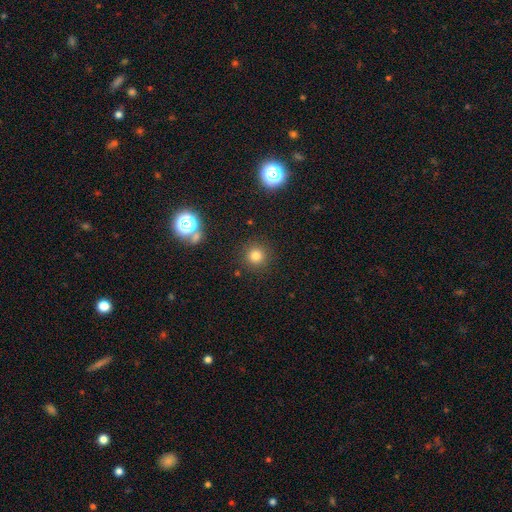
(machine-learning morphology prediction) This is likely a smooth galaxy (79%). How rounded: clearly round (94%). Merging: clearly none (89%).